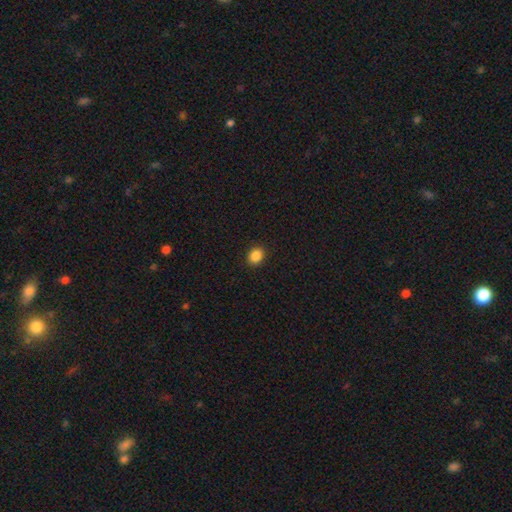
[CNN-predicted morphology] Overall: smooth (87%). How rounded: round (58%; in between 41%). Merging: none (91%).